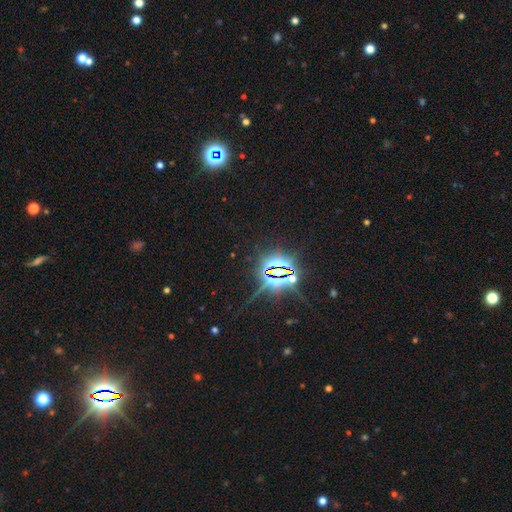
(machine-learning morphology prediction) This appears to be a star or artifact, not a galaxy (85%).